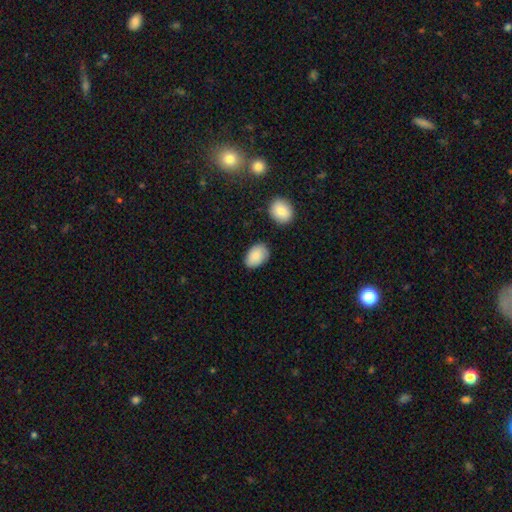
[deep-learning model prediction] Smooth or featured: smooth — 87% (star or artifact — 7%)
How rounded: in between — 88% (round — 11%)
Merging: none — 76% (minor disturbance — 17%)